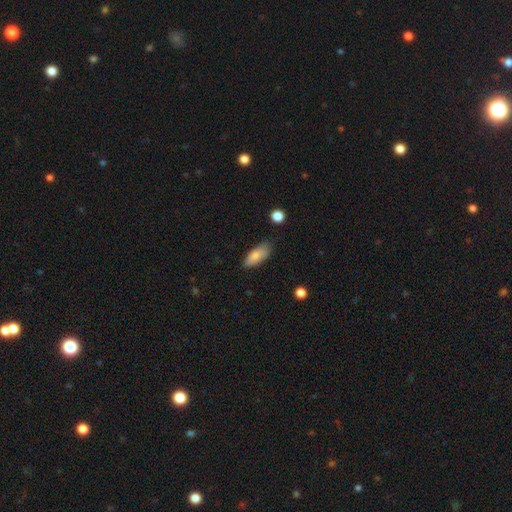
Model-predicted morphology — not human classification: Smooth or featured?
  - smooth: 81% *
  - featured or disk: 12%
  - star or artifact: 7%
How rounded?
  - in between: 81% *
  - cigar-shaped: 16%
  - round: 2%
Merging?
  - none: 71% *
  - minor disturbance: 23%
  - major disturbance: 4%
  - merger: 2%